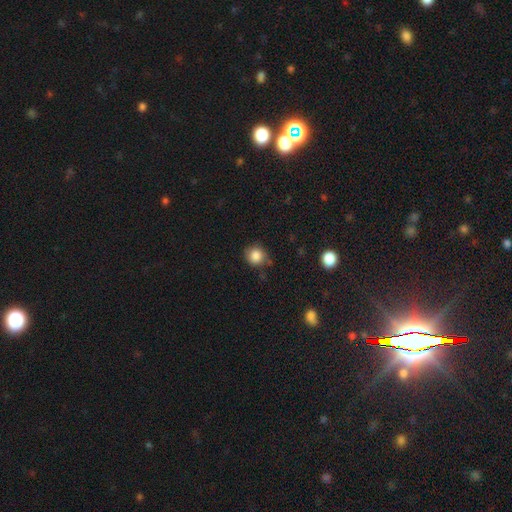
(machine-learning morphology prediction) This appears to be a smooth galaxy with no disk features (85%) that is round (87%). Merging: none (73%).